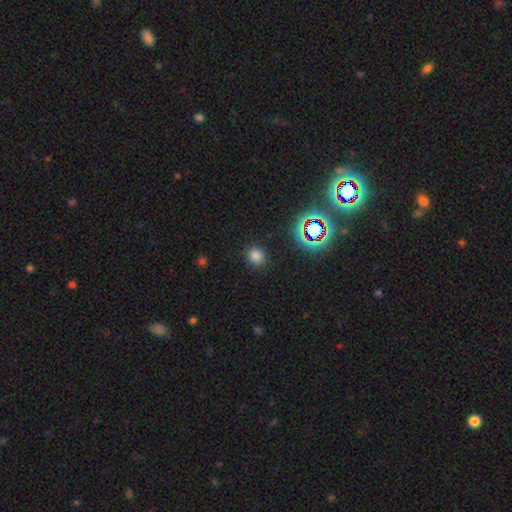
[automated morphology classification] Smooth or featured? Predicted: smooth (p=0.76). How rounded? Predicted: round (p=0.92). Merging? Predicted: none (p=0.90).